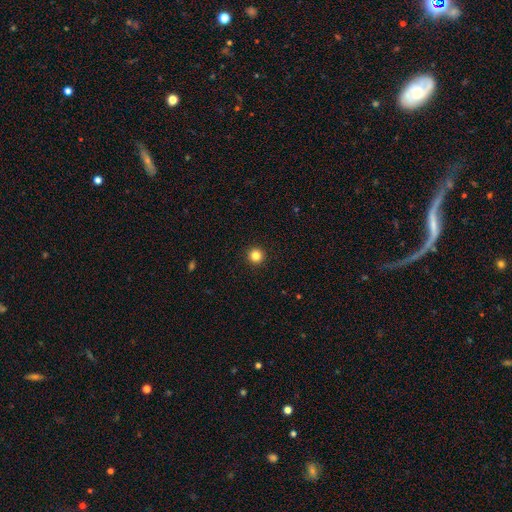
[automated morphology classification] smooth 84%, star or artifact 12%, featured or disk 4%. Down the decision tree: how rounded — round (96%); merging — none (94%).